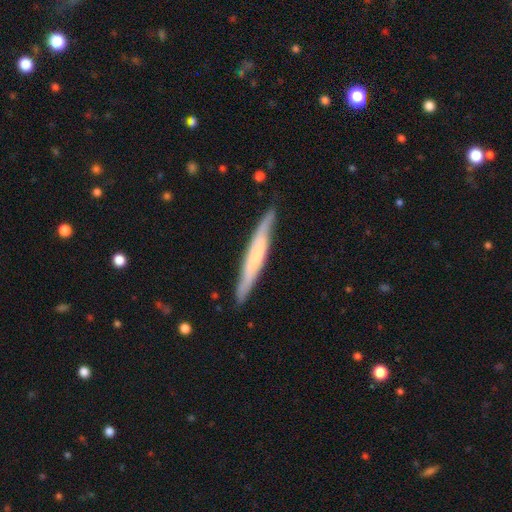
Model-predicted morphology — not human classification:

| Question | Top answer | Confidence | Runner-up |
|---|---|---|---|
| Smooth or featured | featured or disk | 53% | smooth (42%) |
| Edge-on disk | yes | 85% | no (15%) |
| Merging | none | 82% | minor disturbance (14%) |